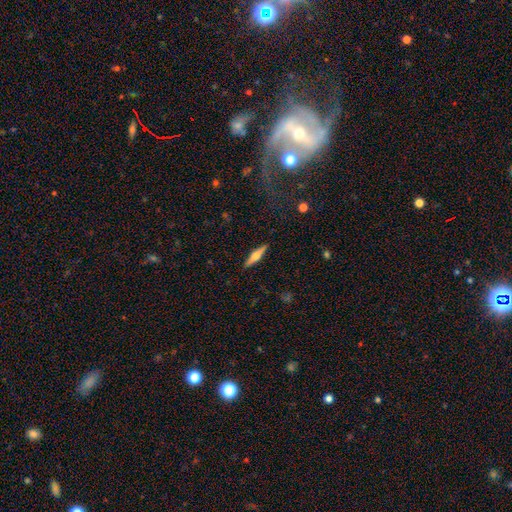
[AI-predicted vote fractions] This is possibly a featured or disk galaxy (57%). It is clearly viewed edge-on (96%). Edge-on bulge: clearly rounded (88%). Merging: clearly none (90%).